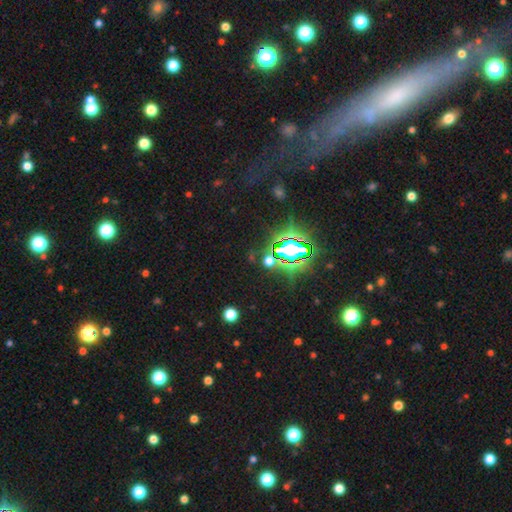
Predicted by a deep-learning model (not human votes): Smooth or featured? star or artifact (77%)